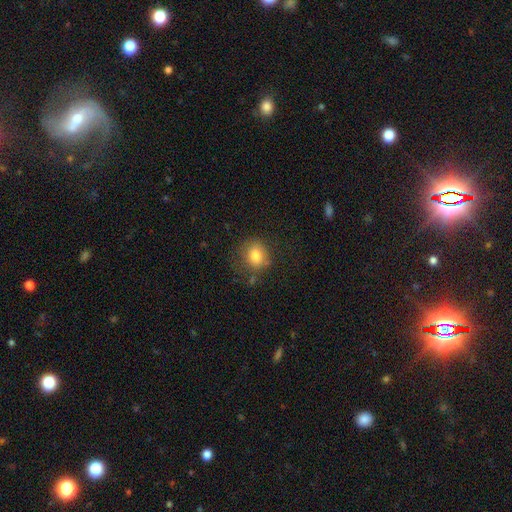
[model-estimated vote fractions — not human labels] Q: Smooth or featured?
A: smooth (80%); runner-up: star or artifact (10%)
Q: How rounded?
A: round (73%); runner-up: in between (26%)
Q: Merging?
A: none (71%); runner-up: minor disturbance (18%)